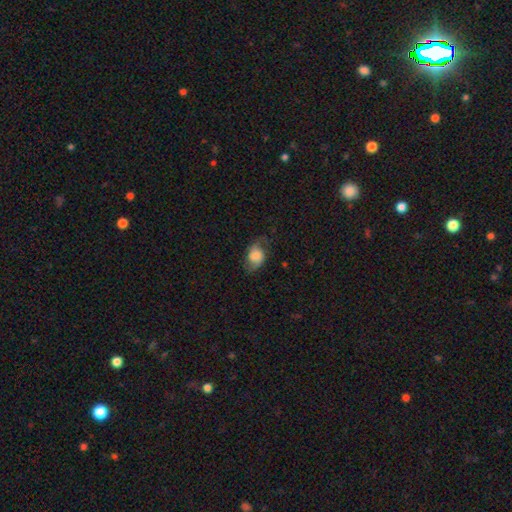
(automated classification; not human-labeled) A featured or disk galaxy (46%). Merging: none (64%).